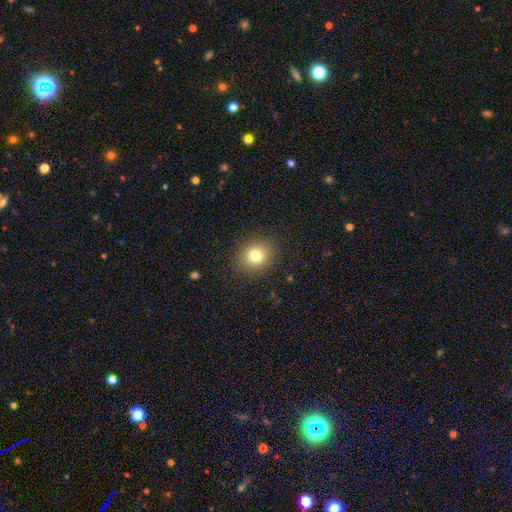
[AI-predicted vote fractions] smooth 79%, star or artifact 12%, featured or disk 9%. Down the decision tree: how rounded — round (72%); merging — none (88%).